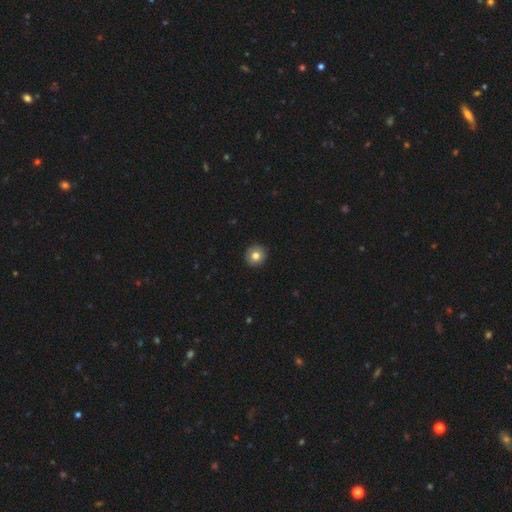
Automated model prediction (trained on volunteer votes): A smooth galaxy with no disk features (80%) that is round (93%).

Vote fractions:
- Smooth or featured? smooth: 80% / featured or disk: 10% / star or artifact: 9%
- How rounded? round: 93% / in between: 6% / cigar-shaped: 1%
- Merging? none: 92% / minor disturbance: 5% / major disturbance: 1% / merger: 1%